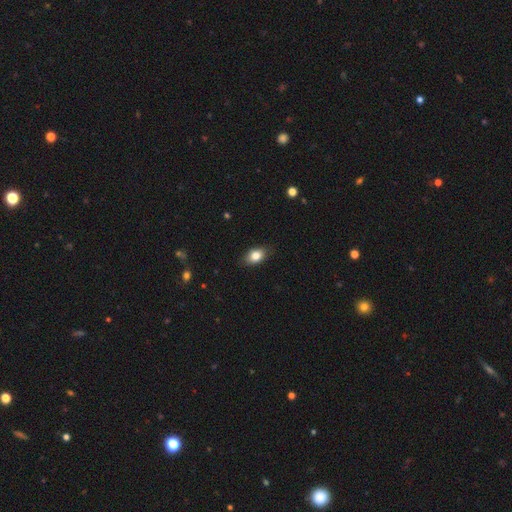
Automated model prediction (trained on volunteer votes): The model was most divided on "merging": none: 84%, minor disturbance: 13%, major disturbance: 2%, merger: 1%. More confident: how rounded — in between (85%); smooth or featured — smooth (81%).